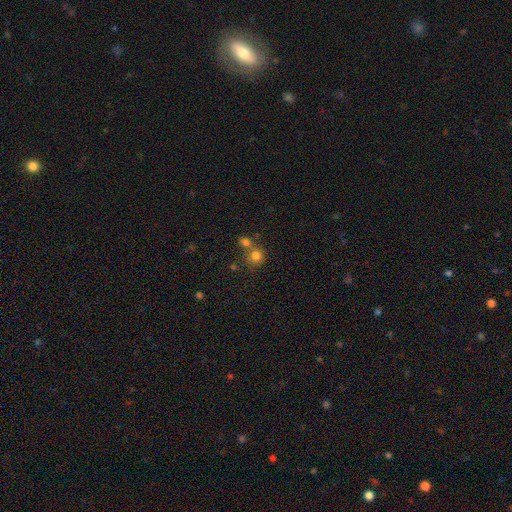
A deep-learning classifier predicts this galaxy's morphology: Smooth or featured?
  - smooth: 79% *
  - star or artifact: 13%
  - featured or disk: 8%
How rounded?
  - round: 86% *
  - in between: 13%
  - cigar-shaped: 1%
Merging?
  - none: 56% *
  - merger: 32%
  - minor disturbance: 9%
  - major disturbance: 3%